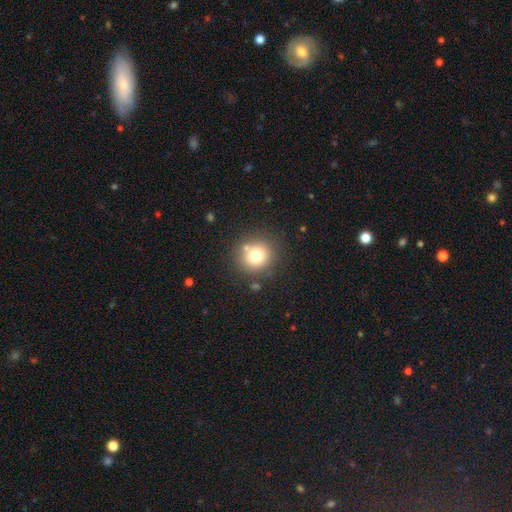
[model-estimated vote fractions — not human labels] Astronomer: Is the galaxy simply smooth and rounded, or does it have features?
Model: smooth — 74%.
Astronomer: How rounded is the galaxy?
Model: round — 90%.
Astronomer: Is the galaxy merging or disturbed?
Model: none — 80%.